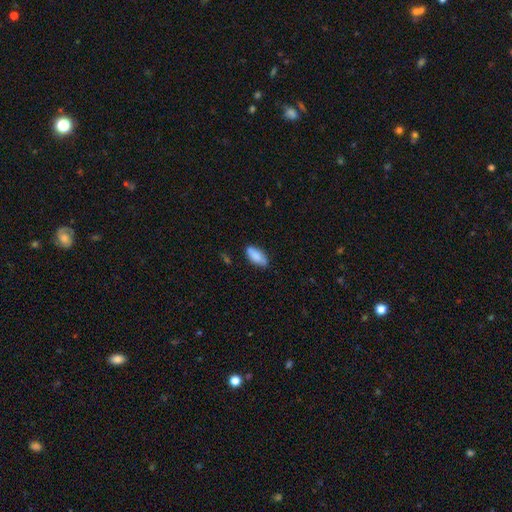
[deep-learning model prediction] Morphology: type=smooth (86%); roundness=in between (87%); merging=none (79%).